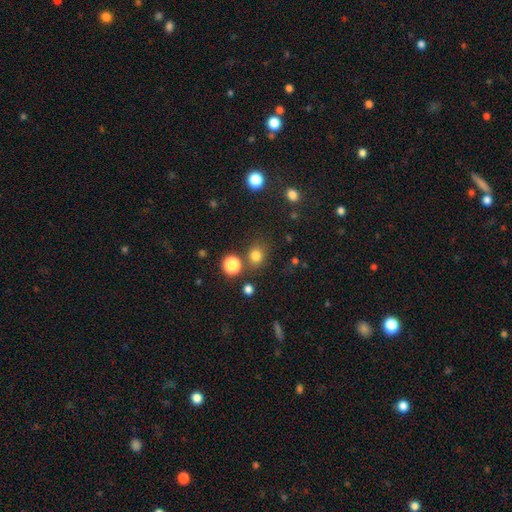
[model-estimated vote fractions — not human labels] Overall: smooth (78%). How rounded: round (76%). Merging: none (76%).